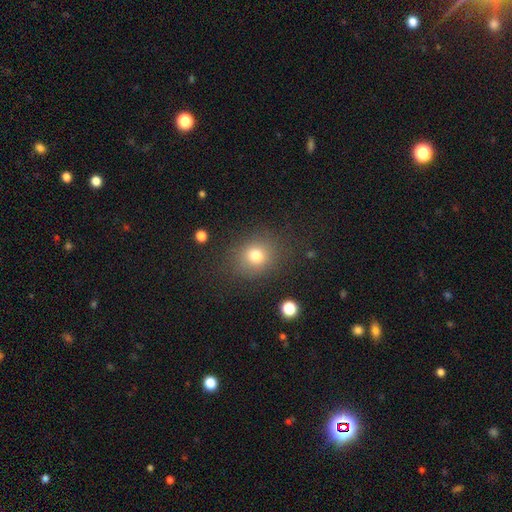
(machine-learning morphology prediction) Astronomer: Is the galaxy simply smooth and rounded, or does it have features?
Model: smooth — 76%.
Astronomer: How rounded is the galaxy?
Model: round — 71%.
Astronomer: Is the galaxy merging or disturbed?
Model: none — 81%.